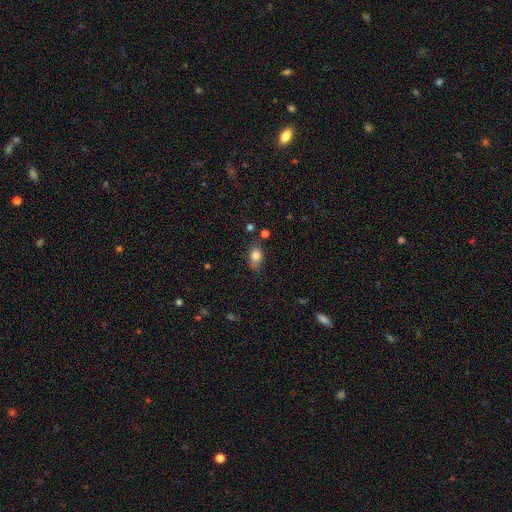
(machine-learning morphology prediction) A smooth galaxy with no disk features (80%) that is in between round and cigar-shaped (81%). Merging: none (72%).